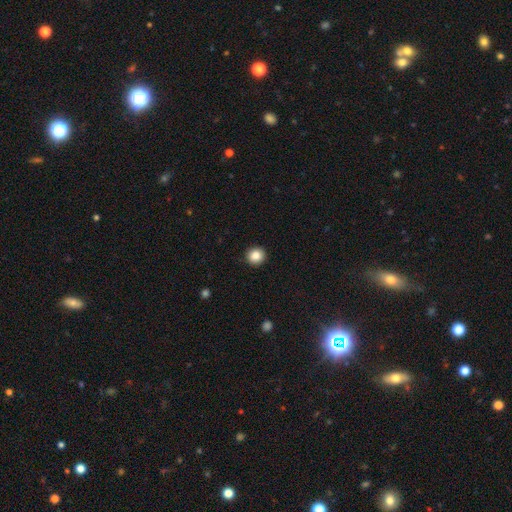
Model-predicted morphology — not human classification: smooth 87%, star or artifact 10%, featured or disk 4%. Down the decision tree: how rounded — round (93%); merging — none (92%).